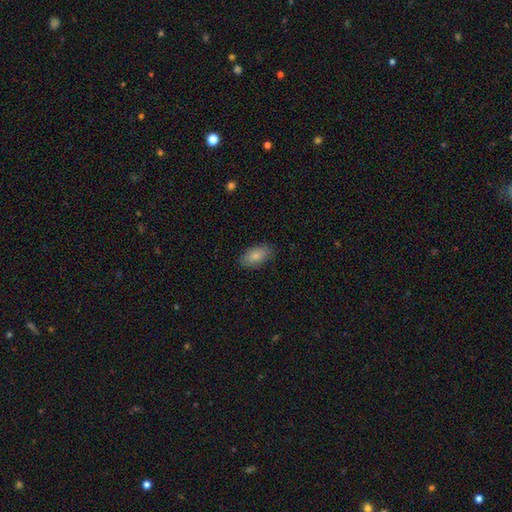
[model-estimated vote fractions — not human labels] The model was most divided on "smooth or featured": smooth: 83%, featured or disk: 10%, star or artifact: 7%. More confident: how rounded — in between (93%); merging — none (85%).